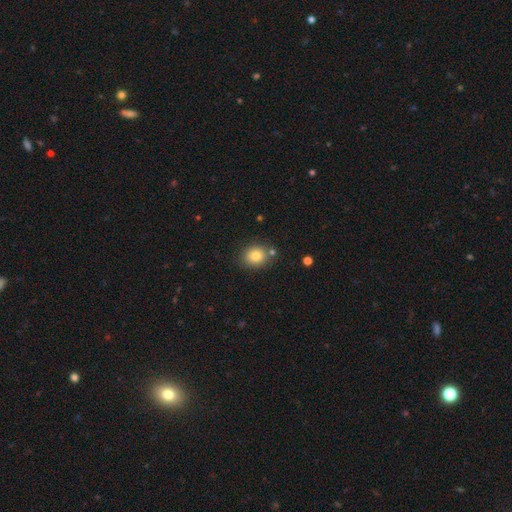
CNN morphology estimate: Smooth or featured? Predicted: smooth (p=0.82). How rounded? Predicted: round (p=0.68). Merging? Predicted: none (p=0.79).